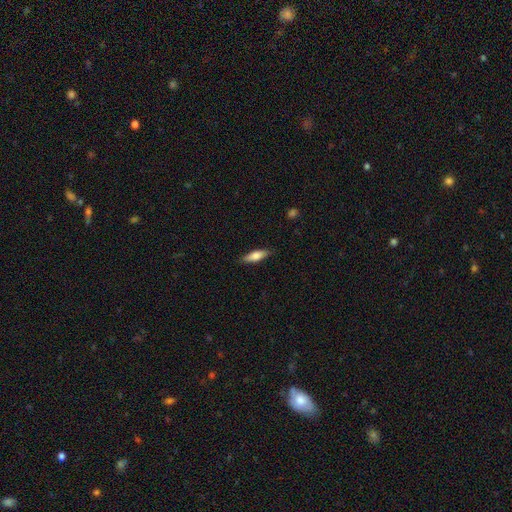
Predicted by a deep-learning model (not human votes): smooth 69%, featured or disk 25%, star or artifact 6%. Down the decision tree: how rounded — cigar-shaped (50%); merging — none (85%).